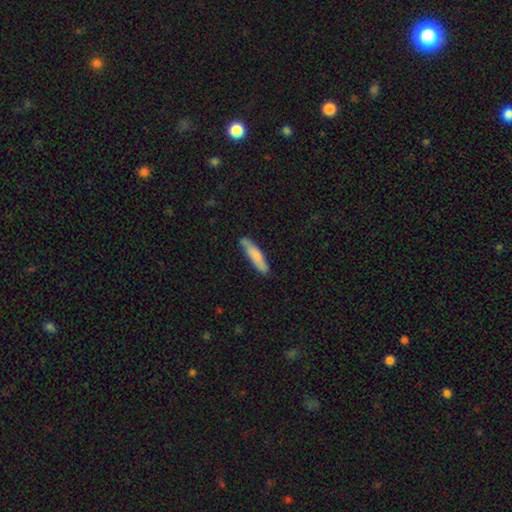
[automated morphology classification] Smooth or featured? Predicted: smooth (p=0.77). How rounded? Predicted: cigar-shaped (p=0.84). Merging? Predicted: none (p=0.81).